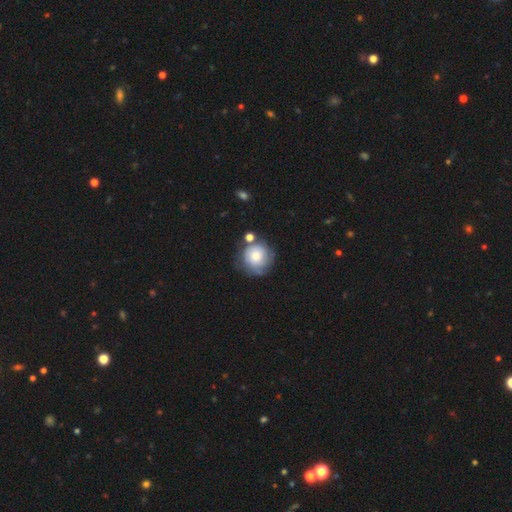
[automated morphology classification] This appears to be a smooth galaxy with no disk features (64%) that is round (92%). Merging: none (62%).